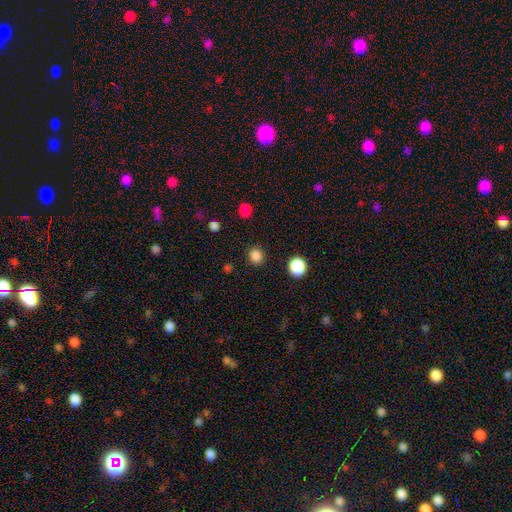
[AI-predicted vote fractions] This appears to be a smooth galaxy with no disk features (84%) that is round (85%). Merging: none (89%).